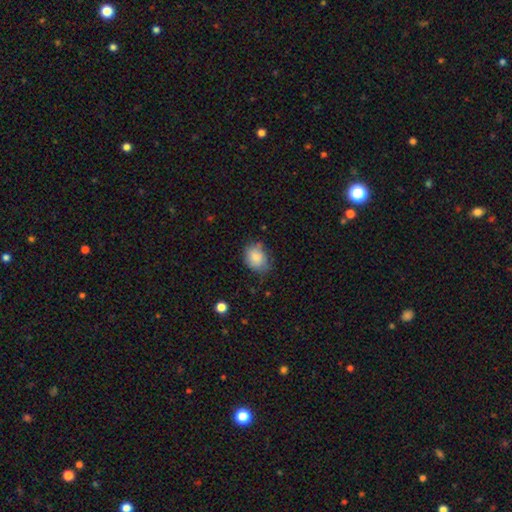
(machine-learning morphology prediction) smooth-or-featured: smooth: 83% | featured or disk: 9% | star or artifact: 8%
  how-rounded: in between: 59% | round: 40% | cigar-shaped: 1%
  merging: none: 63% | minor disturbance: 28% | major disturbance: 7% | merger: 2%